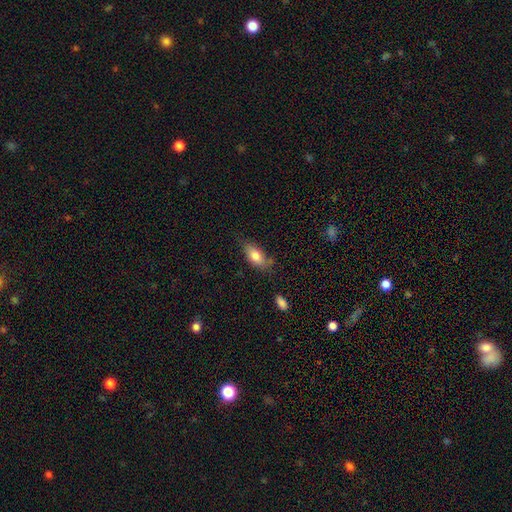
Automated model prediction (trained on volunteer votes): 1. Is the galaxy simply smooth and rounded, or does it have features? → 79% smooth, 14% featured or disk, 7% star or artifact.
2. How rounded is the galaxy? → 88% in between, 8% cigar-shaped, 4% round.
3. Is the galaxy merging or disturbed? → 60% none, 28% minor disturbance, 8% major disturbance, 4% merger.